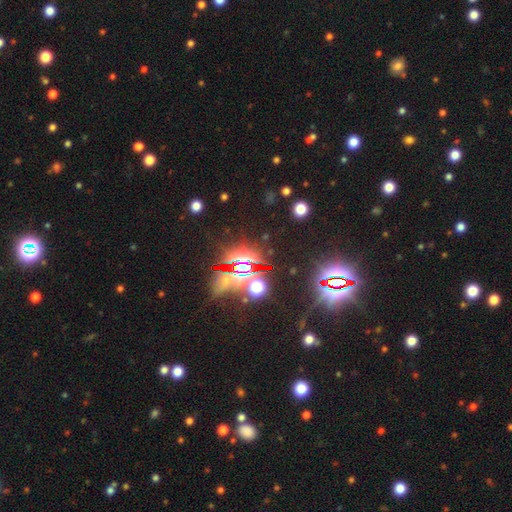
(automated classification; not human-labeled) A star or artifact, not a galaxy (83%).